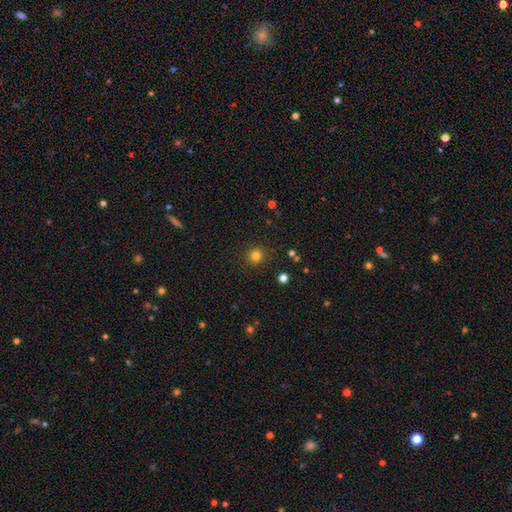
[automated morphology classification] The model was most divided on "smooth or featured": smooth: 80%, star or artifact: 15%, featured or disk: 5%. More confident: how rounded — round (93%); merging — none (91%).